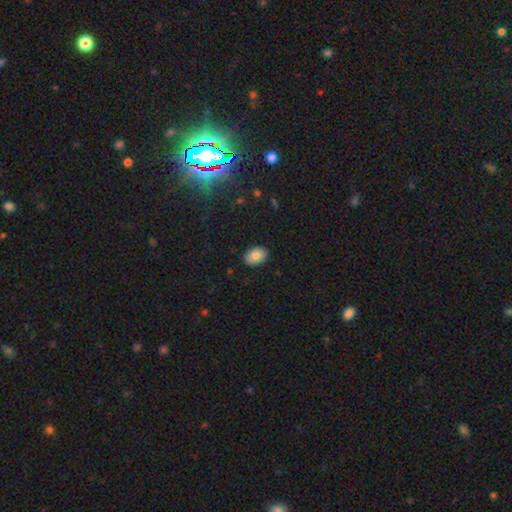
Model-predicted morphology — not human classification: Smooth or featured: smooth — 81% (featured or disk — 11%)
How rounded: in between — 80% (round — 19%)
Merging: none — 88% (minor disturbance — 9%)